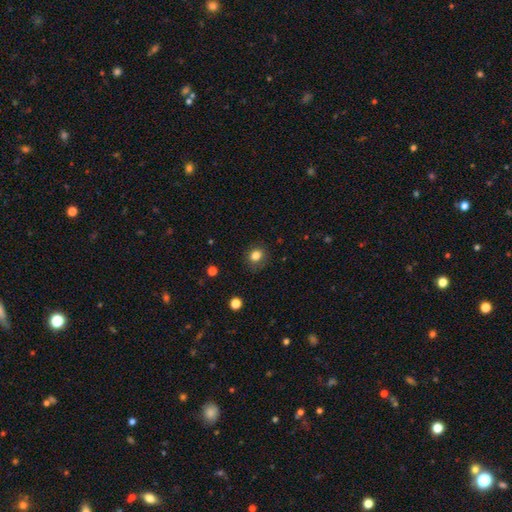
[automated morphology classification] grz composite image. It shows a smooth galaxy with no disk features (83%) that is round (73%). Merging: none (83%).